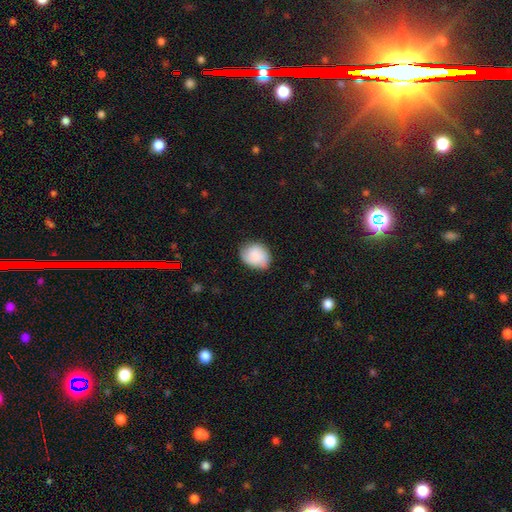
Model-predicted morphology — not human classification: Smooth or featured: smooth — 79% (featured or disk — 14%)
How rounded: round — 50% (in between — 49%)
Merging: none — 68% (minor disturbance — 25%)